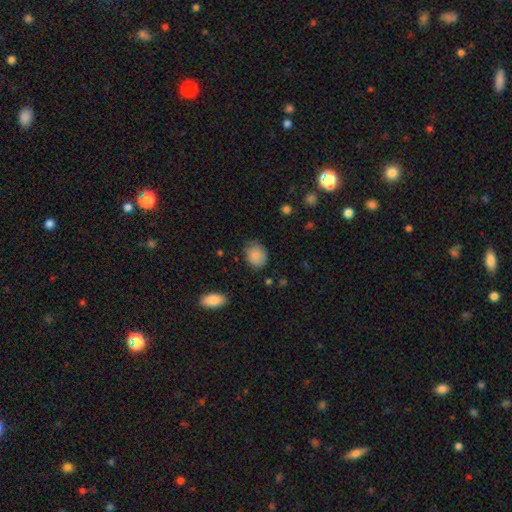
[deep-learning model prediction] Overall: smooth (83%). How rounded: in between (56%; round 43%). Merging: none (70%).